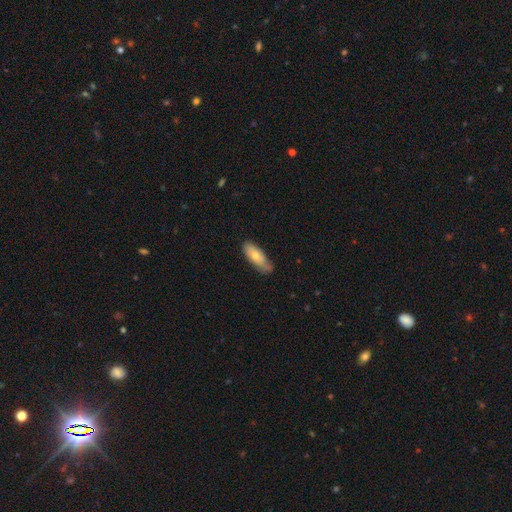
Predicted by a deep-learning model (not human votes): Q: Smooth or featured?
A: smooth (69%); runner-up: featured or disk (25%)
Q: How rounded?
A: in between (74%); runner-up: cigar-shaped (24%)
Q: Merging?
A: none (59%); runner-up: minor disturbance (32%)